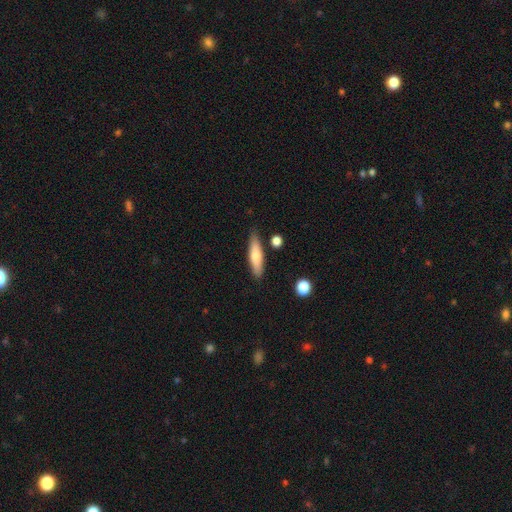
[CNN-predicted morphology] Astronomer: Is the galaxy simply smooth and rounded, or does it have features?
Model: smooth — 69%.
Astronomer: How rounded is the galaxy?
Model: cigar-shaped — 70%.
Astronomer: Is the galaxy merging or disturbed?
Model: none — 83%.